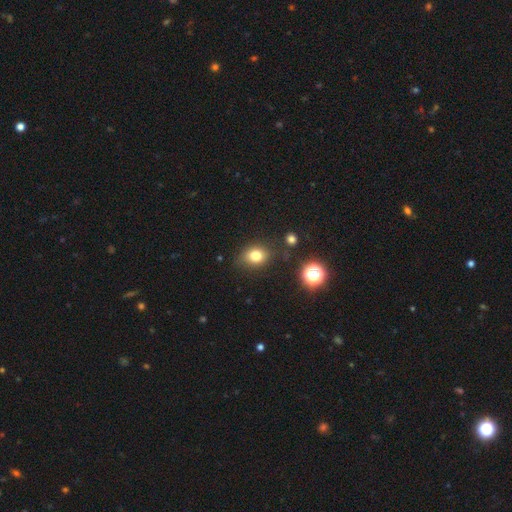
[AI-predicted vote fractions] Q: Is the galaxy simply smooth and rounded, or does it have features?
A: smooth — 78%.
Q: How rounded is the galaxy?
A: in between — 52%.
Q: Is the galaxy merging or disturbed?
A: none — 79%.